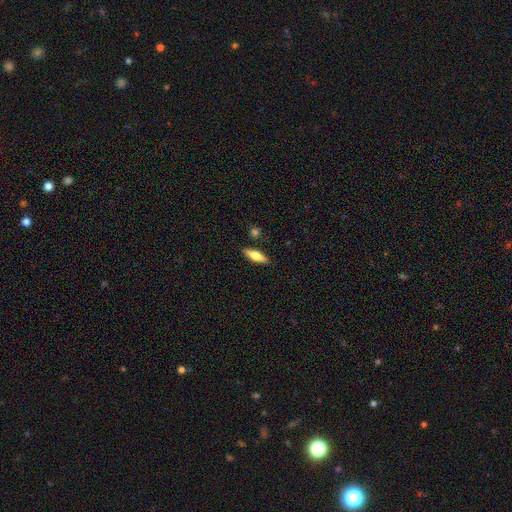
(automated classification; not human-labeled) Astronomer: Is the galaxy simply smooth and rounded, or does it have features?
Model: smooth — 67%.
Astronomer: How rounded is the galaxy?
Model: cigar-shaped — 53% (runner-up: in between, 45%).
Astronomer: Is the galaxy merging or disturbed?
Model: none — 86%.